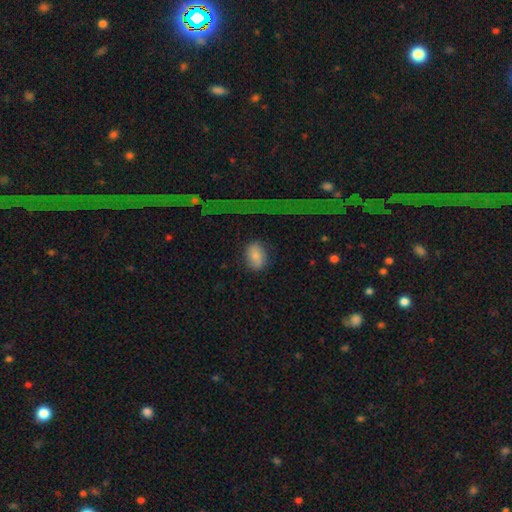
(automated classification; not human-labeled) The model was most divided on "how rounded": in between: 71%, round: 27%, cigar-shaped: 2%. More confident: smooth or featured — smooth (78%); merging — none (74%).